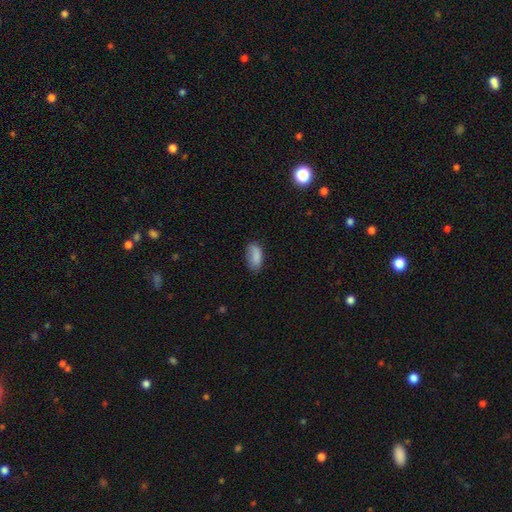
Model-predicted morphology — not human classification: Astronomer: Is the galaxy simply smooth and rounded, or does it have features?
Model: smooth — 86%.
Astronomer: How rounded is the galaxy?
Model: in between — 92%.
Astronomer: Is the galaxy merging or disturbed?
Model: none — 67%.